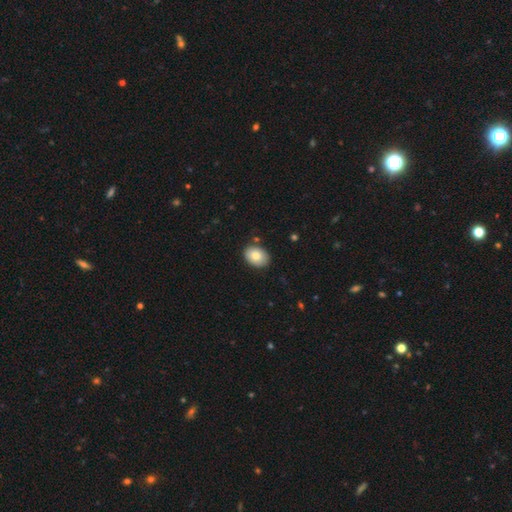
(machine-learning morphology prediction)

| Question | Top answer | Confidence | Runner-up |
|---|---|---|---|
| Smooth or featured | smooth | 81% | featured or disk (12%) |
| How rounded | in between | 77% | round (22%) |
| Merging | none | 85% | minor disturbance (11%) |